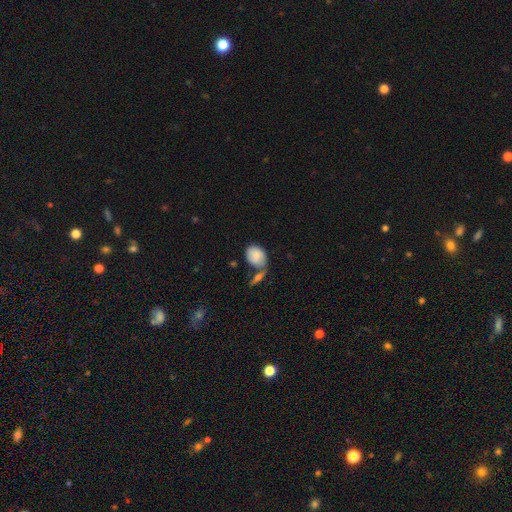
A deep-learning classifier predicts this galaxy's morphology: This appears to be a smooth galaxy with no disk features (81%) that is in between round and cigar-shaped (69%). Merging: none (39%).